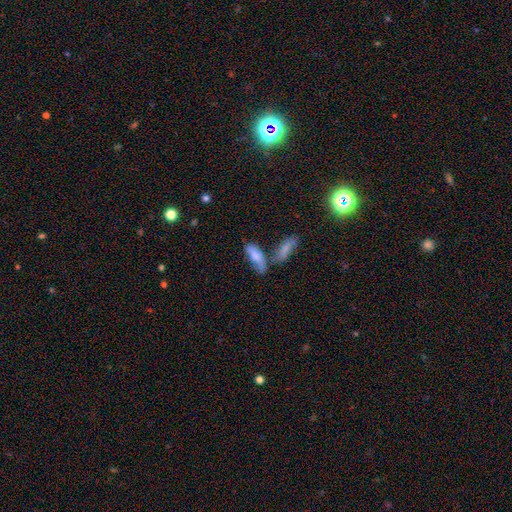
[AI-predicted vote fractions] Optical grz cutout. It shows a smooth galaxy with no disk features (75%) that is in between round and cigar-shaped (64%). Merging: merger (42%).